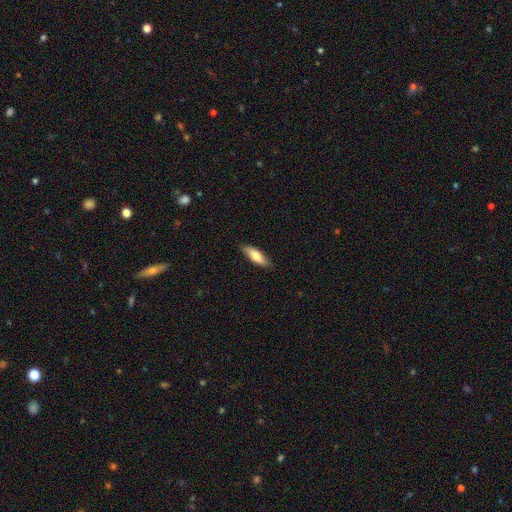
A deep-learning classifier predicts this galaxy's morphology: Overall: smooth (75%). How rounded: in between (57%; cigar-shaped 41%). Merging: none (84%).